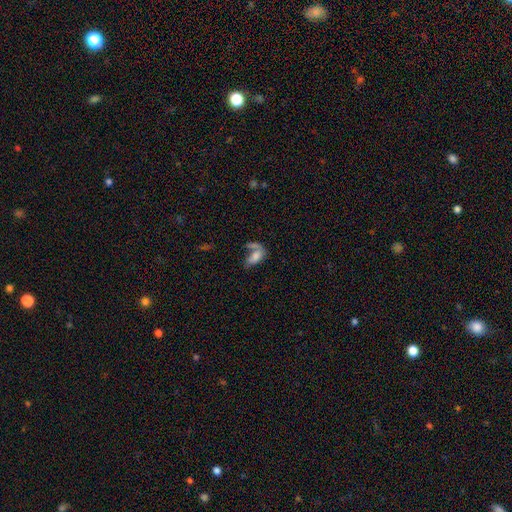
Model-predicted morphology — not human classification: Overall: smooth (68%). How rounded: in between (84%). Merging: merger (39%; none 27%).